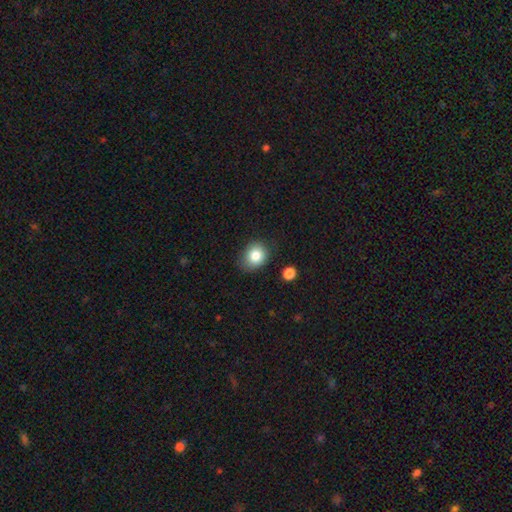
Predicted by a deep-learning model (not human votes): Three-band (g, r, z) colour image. It shows a smooth galaxy with no disk features (82%) that is round (63%). Merging: none (77%).